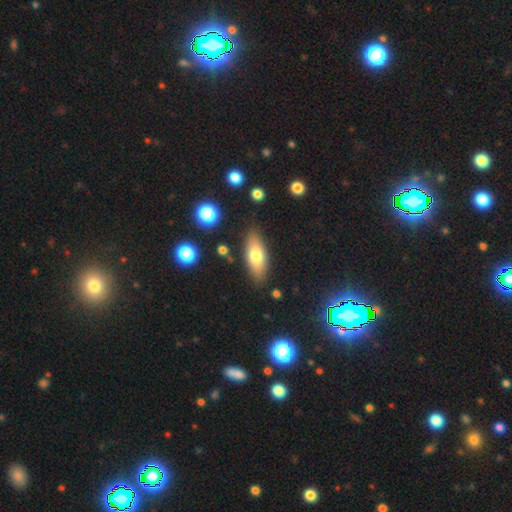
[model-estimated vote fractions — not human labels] A smooth galaxy with no disk features (70%) that is in between round and cigar-shaped (76%).

Vote fractions:
- Smooth or featured? smooth: 70% / featured or disk: 23% / star or artifact: 7%
- How rounded? in between: 76% / cigar-shaped: 21% / round: 3%
- Merging? none: 83% / minor disturbance: 12% / major disturbance: 3% / merger: 2%